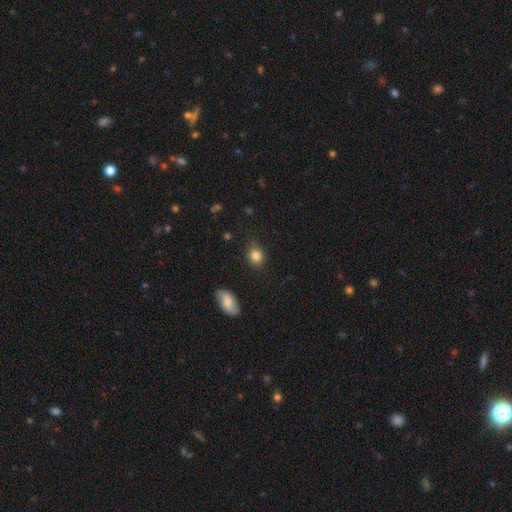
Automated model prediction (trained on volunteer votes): smooth 85%, star or artifact 10%, featured or disk 5%. Down the decision tree: how rounded — round (67%); merging — none (80%).